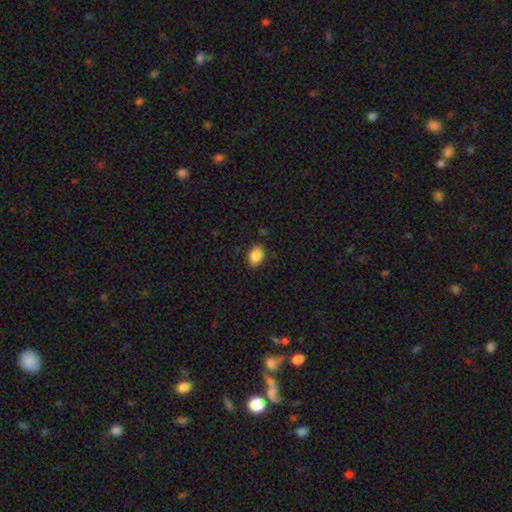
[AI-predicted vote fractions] smooth_or_featured: smooth (p=0.88) [alt: star or artifact p=0.08]
how_rounded: in between (p=0.80) [alt: round p=0.19]
merging: none (p=0.84) [alt: minor disturbance p=0.12]